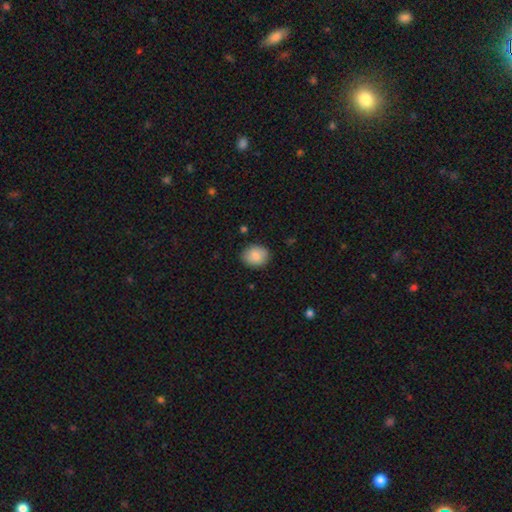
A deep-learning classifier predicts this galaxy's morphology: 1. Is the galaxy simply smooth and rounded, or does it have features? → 85% smooth, 8% featured or disk, 7% star or artifact.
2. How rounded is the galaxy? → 57% round, 42% in between, 1% cigar-shaped.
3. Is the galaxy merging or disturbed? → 86% none, 11% minor disturbance, 2% major disturbance, 1% merger.